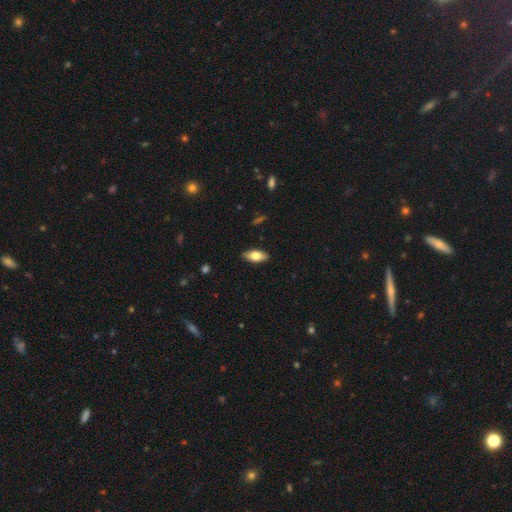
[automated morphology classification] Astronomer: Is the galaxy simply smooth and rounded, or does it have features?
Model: smooth — 70%.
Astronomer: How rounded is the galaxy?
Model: in between — 86%.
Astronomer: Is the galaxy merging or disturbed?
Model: none — 88%.